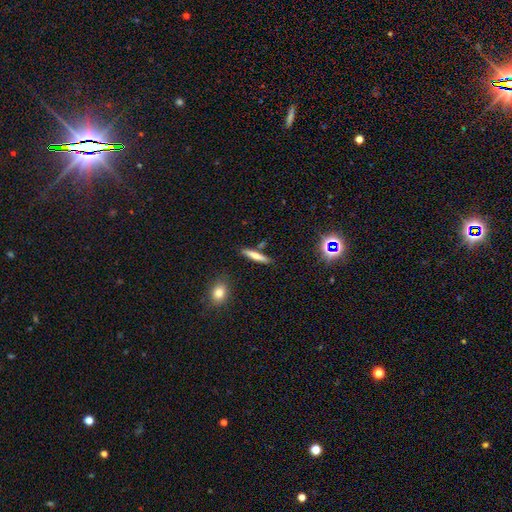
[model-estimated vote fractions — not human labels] Smooth or featured? Predicted: smooth (p=0.62). How rounded? Predicted: cigar-shaped (p=0.87). Merging? Predicted: none (p=0.84).